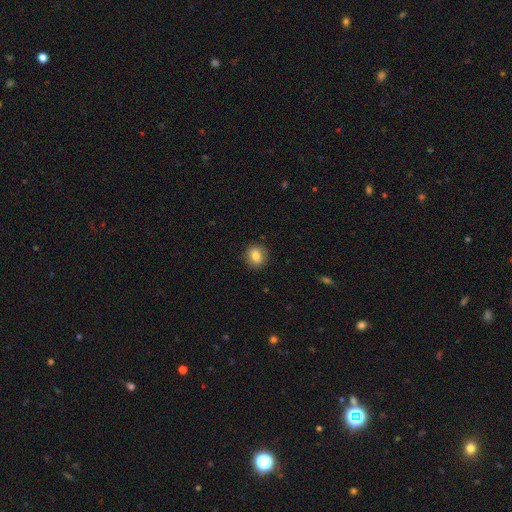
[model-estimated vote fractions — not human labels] Smooth or featured: smooth — 80% (featured or disk — 11%)
How rounded: round — 76% (in between — 23%)
Merging: none — 88% (minor disturbance — 9%)